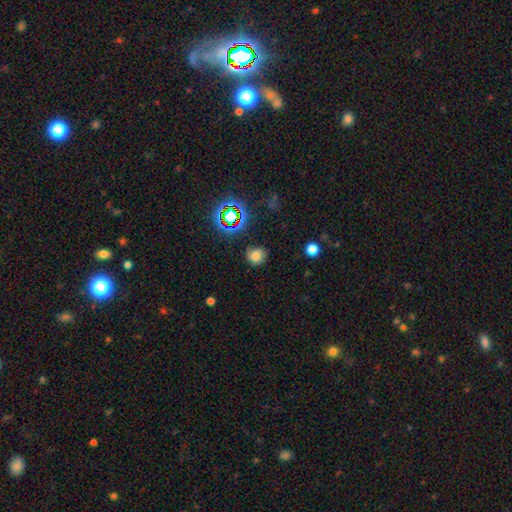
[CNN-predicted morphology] smooth_or_featured: smooth (p=0.70) [alt: star or artifact p=0.21]
how_rounded: round (p=0.82) [alt: in between p=0.17]
merging: none (p=0.75) [alt: minor disturbance p=0.17]